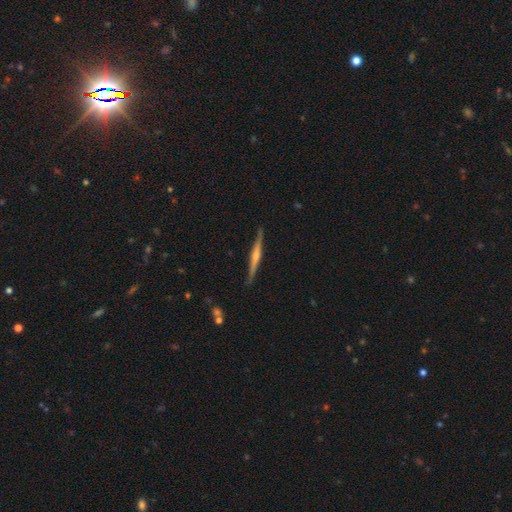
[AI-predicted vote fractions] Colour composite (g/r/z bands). It shows a featured or disk galaxy (72%) viewed edge-on (98%) with a rounded central bulge (74%). Merging: none (89%).